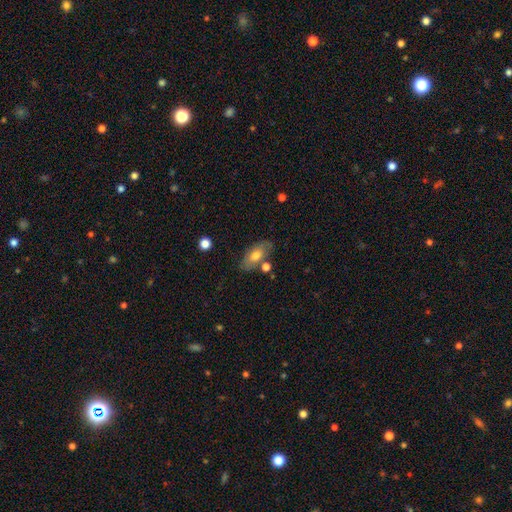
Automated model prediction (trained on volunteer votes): Overall: smooth (65%; featured or disk 28%). How rounded: in between (89%). Merging: none (69%).